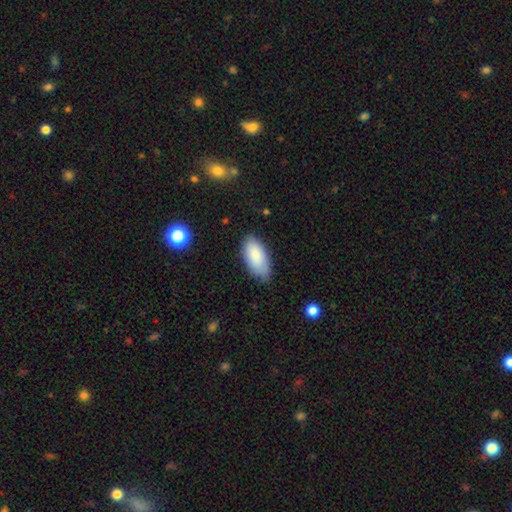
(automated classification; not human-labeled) Smooth or featured?
  - smooth: 86% *
  - featured or disk: 8%
  - star or artifact: 6%
How rounded?
  - in between: 92% *
  - cigar-shaped: 6%
  - round: 2%
Merging?
  - none: 75% *
  - minor disturbance: 20%
  - major disturbance: 4%
  - merger: 1%